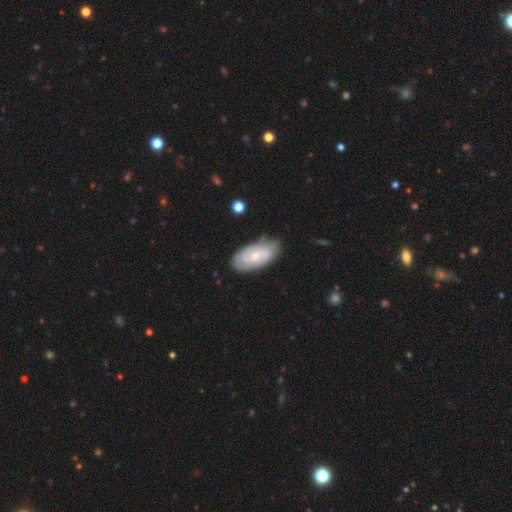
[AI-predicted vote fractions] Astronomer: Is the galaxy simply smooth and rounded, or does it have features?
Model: featured or disk — 67%.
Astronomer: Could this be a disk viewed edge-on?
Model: no — 94%.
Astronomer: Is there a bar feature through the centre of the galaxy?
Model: no — 61%.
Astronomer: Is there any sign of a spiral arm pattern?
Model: yes — 87%.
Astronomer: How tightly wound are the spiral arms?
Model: tight — 54% (runner-up: medium, 34%).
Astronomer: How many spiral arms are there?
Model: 2 — 49% (runner-up: can't tell, 33%).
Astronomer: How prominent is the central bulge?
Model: small — 60% (runner-up: moderate, 36%).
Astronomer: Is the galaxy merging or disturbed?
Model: none — 75%.